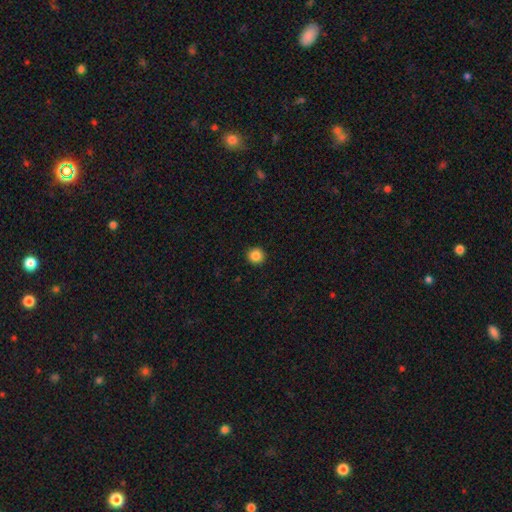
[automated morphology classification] smooth 86%, star or artifact 10%, featured or disk 4%. Down the decision tree: how rounded — round (95%); merging — none (93%).